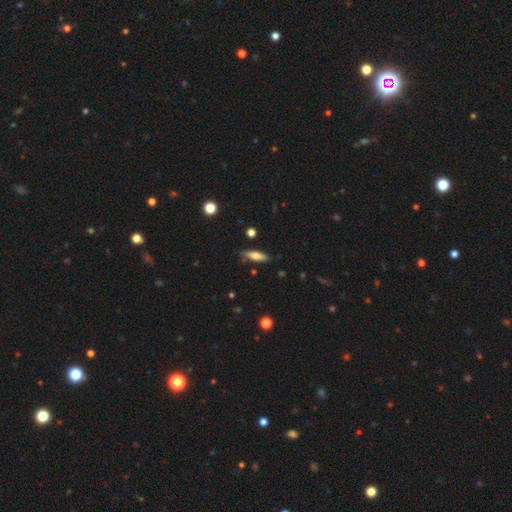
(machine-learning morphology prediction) The model was most divided on "how rounded": cigar-shaped: 62%, in between: 36%, round: 2%. More confident: merging — none (81%); smooth or featured — smooth (67%).